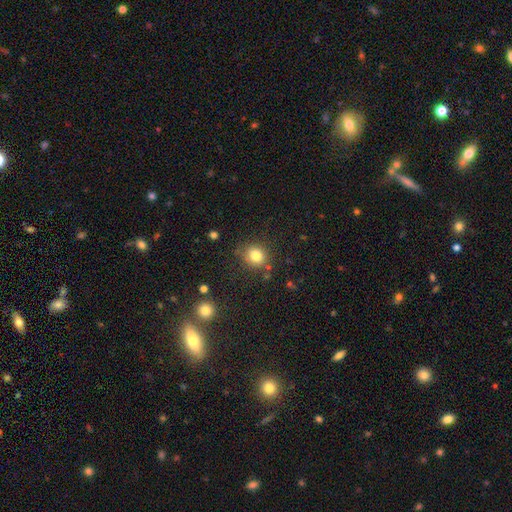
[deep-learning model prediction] The model was most divided on "how rounded": round: 78%, in between: 21%, cigar-shaped: 1%. More confident: smooth or featured — smooth (81%); merging — none (79%).